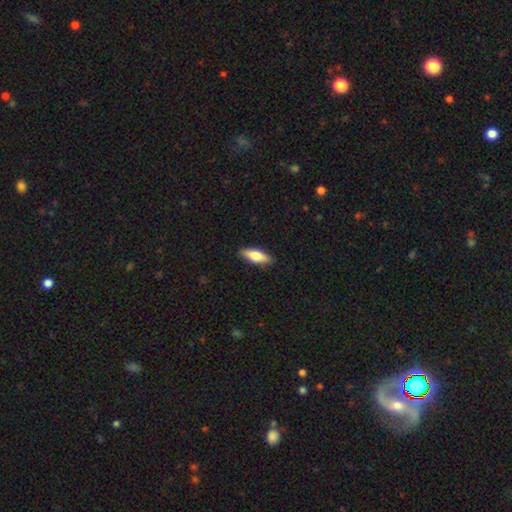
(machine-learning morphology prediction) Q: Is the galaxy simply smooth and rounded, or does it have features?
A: smooth — 69%.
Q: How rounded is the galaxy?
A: in between — 60%.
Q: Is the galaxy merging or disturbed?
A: none — 88%.